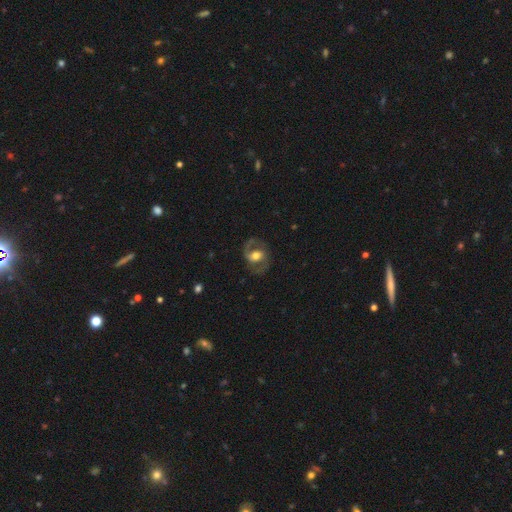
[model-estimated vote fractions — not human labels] A featured or disk galaxy (77%) with a weak bar (40%), 2 (91%) medium (58%) spiral arms (88%) and a moderate central bulge (62%).

Vote fractions:
- Smooth or featured? featured or disk: 77% / smooth: 16% / star or artifact: 6%
- Edge-on disk? no: 97% / yes: 3%
- Bar? weak: 40% / no: 39% / strong: 21%
- Spiral arms? yes: 88% / no: 12%
- Spiral winding? medium: 58% / loose: 23% / tight: 19%
- Spiral arm count? 2: 91% / can't tell: 4% / 1: 3% / 3: 1% / 4: 1% / more than 4: 1%
- Bulge size? moderate: 62% / large: 23% / small: 11% / dominant: 2% / none: 1%
- Merging? none: 79% / minor disturbance: 12% / major disturbance: 8% / merger: 1%